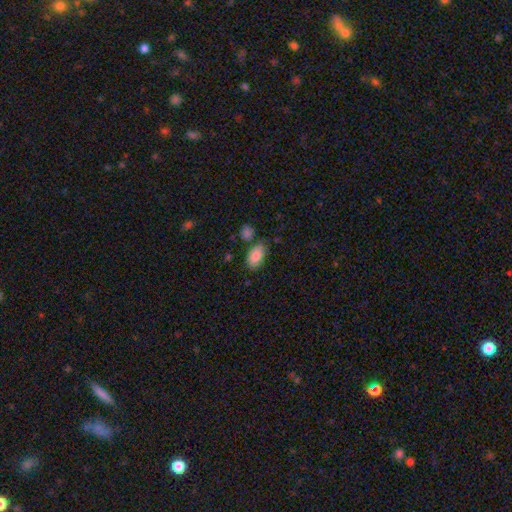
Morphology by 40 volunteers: A smooth galaxy with no disk features (85%) that is in between round and cigar-shaped (94%).

Vote fractions:
- Smooth or featured? smooth: 85% / featured or disk: 10% / star or artifact: 5%
- How rounded? in between: 94% / round: 3% / cigar-shaped: 3%
- Merging? none: 55% / minor disturbance: 29% / major disturbance: 11% / merger: 5%